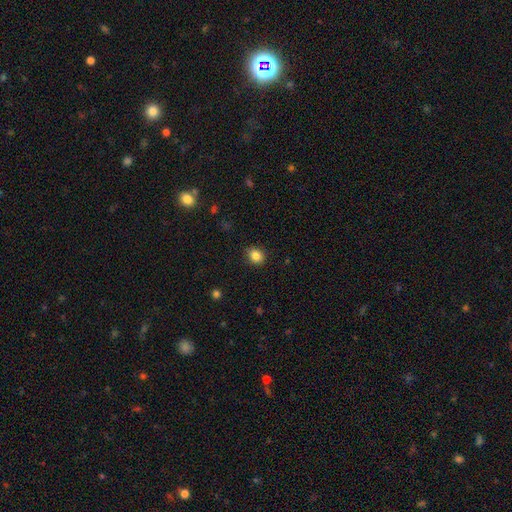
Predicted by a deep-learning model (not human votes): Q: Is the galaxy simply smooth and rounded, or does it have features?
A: smooth — 85%.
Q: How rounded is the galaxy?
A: round — 62%.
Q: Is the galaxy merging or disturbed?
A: none — 87%.